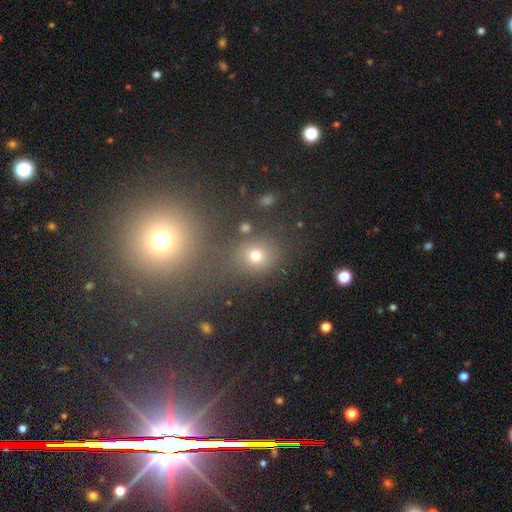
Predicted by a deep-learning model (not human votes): Morphology: type=smooth (68%); roundness=round (73%); merging=none (72%).